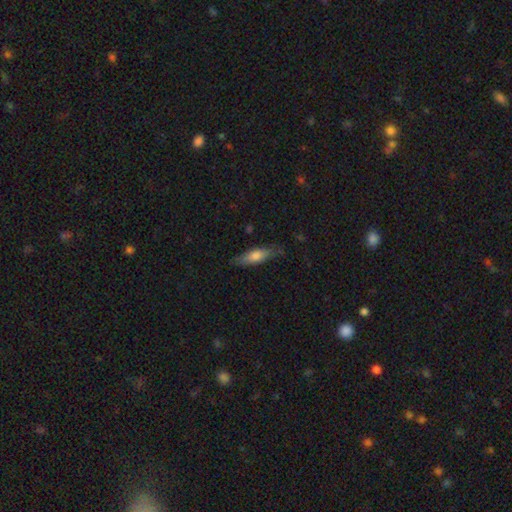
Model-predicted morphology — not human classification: smooth_or_featured: smooth (p=0.70) [alt: featured or disk p=0.24]
how_rounded: cigar-shaped (p=0.49) [tied with: in between p=0.49]
merging: none (p=0.76) [alt: minor disturbance p=0.19]